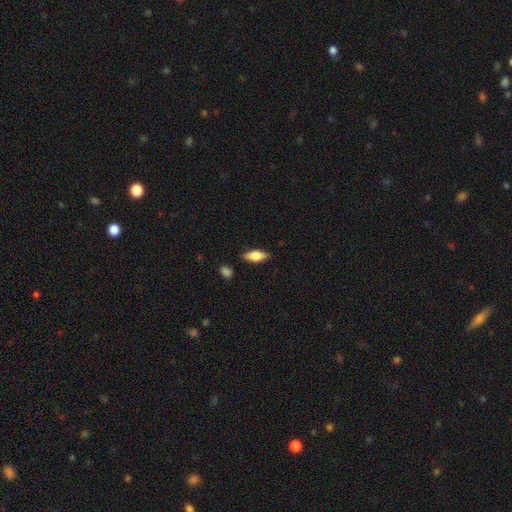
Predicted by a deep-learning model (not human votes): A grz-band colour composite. It shows a smooth galaxy with no disk features (70%) that is in between round and cigar-shaped (79%). Merging: none (84%).